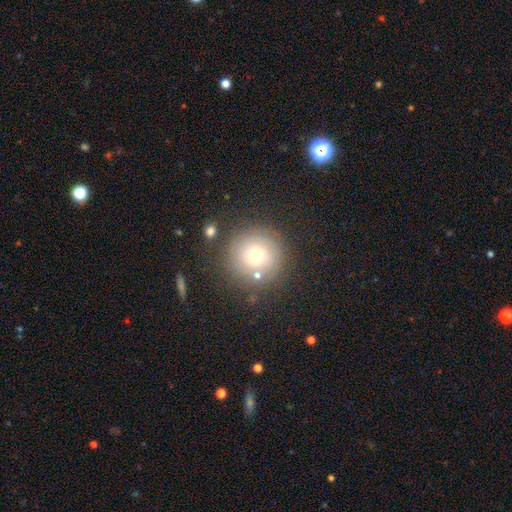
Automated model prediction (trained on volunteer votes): Smooth or featured? smooth (68%)
How rounded? round (95%)
Merging? none (79%)